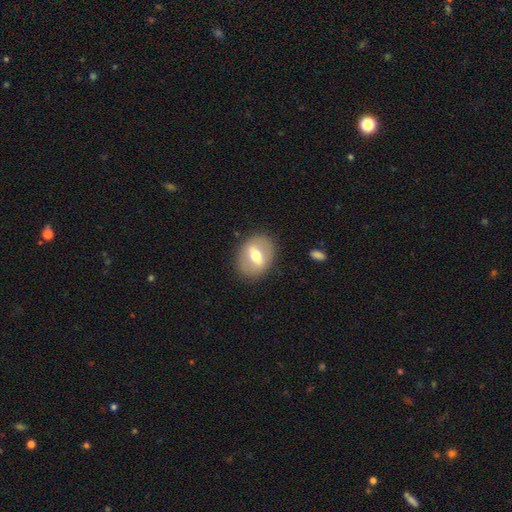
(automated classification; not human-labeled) Smooth or featured?
  - smooth: 47% *
  - featured or disk: 46%
  - star or artifact: 7%
Merging?
  - none: 84% *
  - minor disturbance: 10%
  - major disturbance: 4%
  - merger: 1%